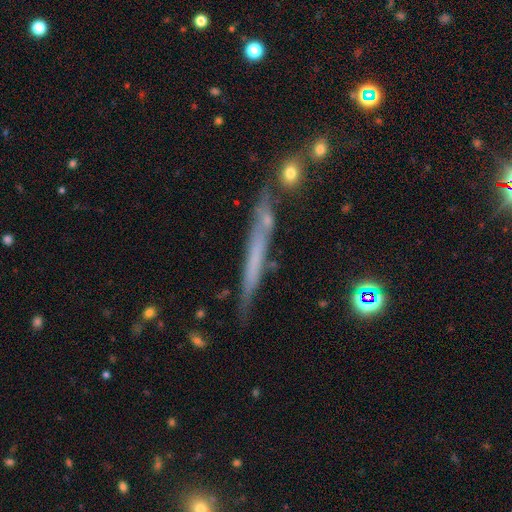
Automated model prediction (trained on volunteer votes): Smooth or featured: featured or disk — 51% (smooth — 38%)
Edge-on disk: yes — 91% (no — 9%)
Merging: none — 76% (minor disturbance — 16%)